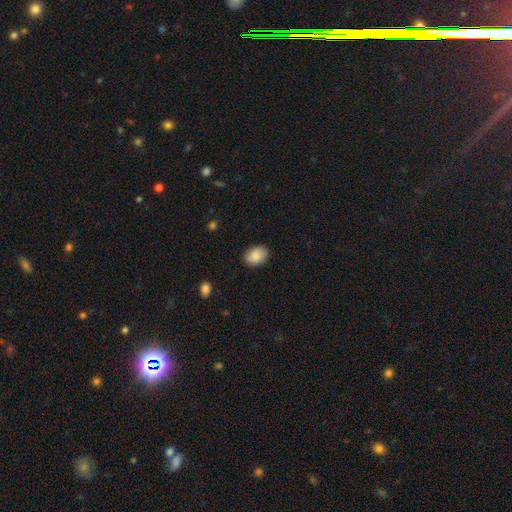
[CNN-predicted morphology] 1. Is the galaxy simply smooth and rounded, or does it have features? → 88% smooth, 7% star or artifact, 5% featured or disk.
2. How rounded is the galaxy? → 83% in between, 16% round, 1% cigar-shaped.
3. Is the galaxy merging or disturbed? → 82% none, 14% minor disturbance, 3% major disturbance, 1% merger.